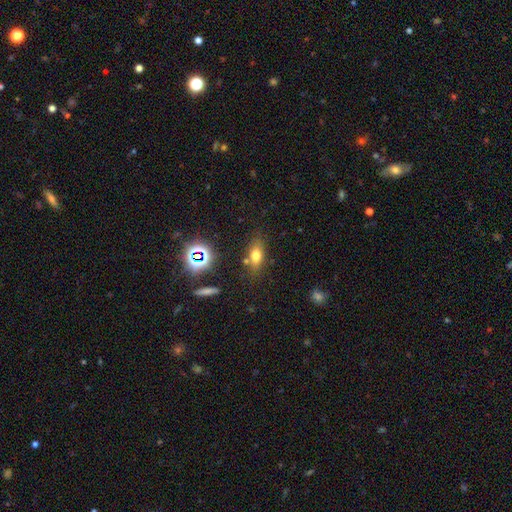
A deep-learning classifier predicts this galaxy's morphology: smooth_or_featured: smooth (p=0.68) [alt: star or artifact p=0.17]
how_rounded: in between (p=0.74) [alt: round p=0.13]
merging: none (p=0.71) [alt: minor disturbance p=0.15]